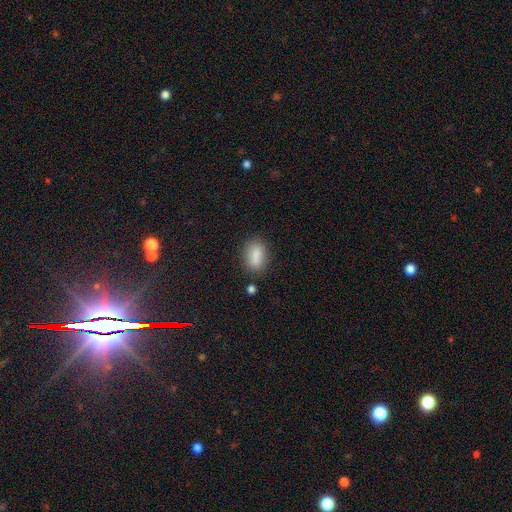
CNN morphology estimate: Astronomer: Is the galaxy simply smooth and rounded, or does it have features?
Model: smooth — 83%.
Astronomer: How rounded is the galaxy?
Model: in between — 80%.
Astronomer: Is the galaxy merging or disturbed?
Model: none — 78%.